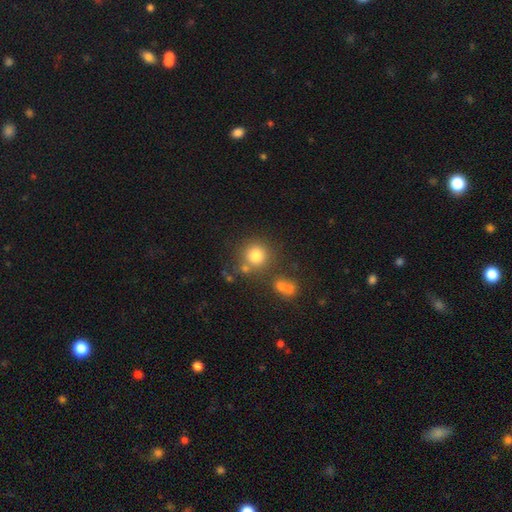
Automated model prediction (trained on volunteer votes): smooth 79%, star or artifact 12%, featured or disk 9%. Down the decision tree: how rounded — round (92%); merging — none (72%).